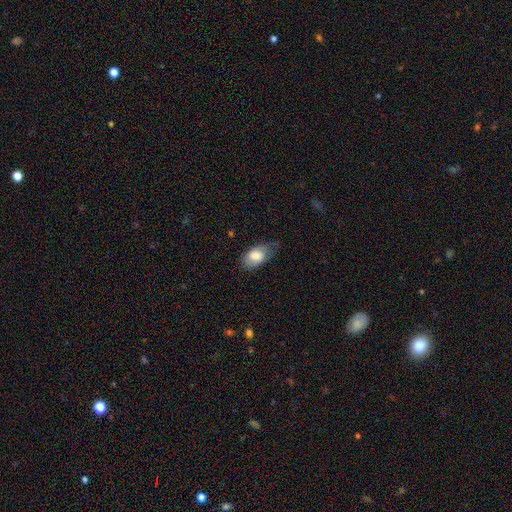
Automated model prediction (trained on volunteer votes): Smooth or featured?
  - smooth: 78% *
  - featured or disk: 15%
  - star or artifact: 6%
How rounded?
  - in between: 92% *
  - round: 6%
  - cigar-shaped: 2%
Merging?
  - none: 57% *
  - minor disturbance: 33%
  - major disturbance: 10%
  - merger: 1%